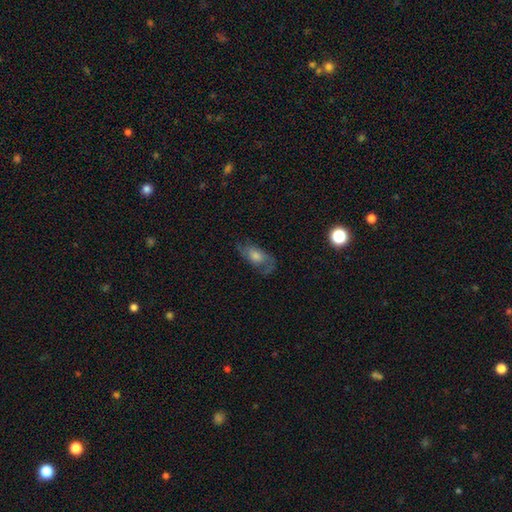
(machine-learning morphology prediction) Smooth or featured? featured or disk (60%)
Edge-on disk? no (91%)
Bar? no (70%)
Spiral arms? yes (84%)
Bulge size? moderate (51%)
Merging? none (65%)